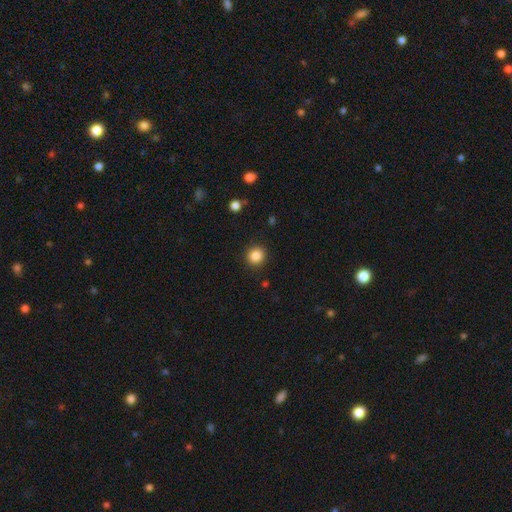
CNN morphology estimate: Overall: smooth (86%). How rounded: round (92%). Merging: none (91%).